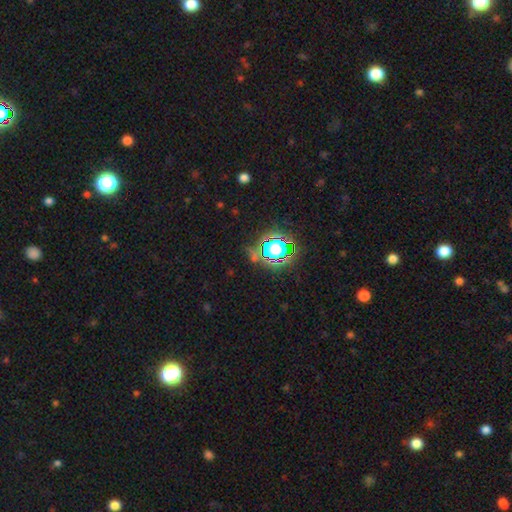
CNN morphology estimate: Smooth or featured? Predicted: star or artifact (p=0.71).